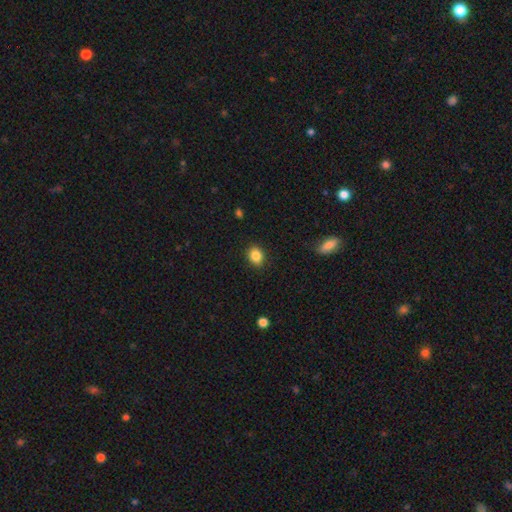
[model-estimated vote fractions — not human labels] Smooth or featured? Predicted: smooth (p=0.86). How rounded? Predicted: in between (p=0.50). Merging? Predicted: none (p=0.88).